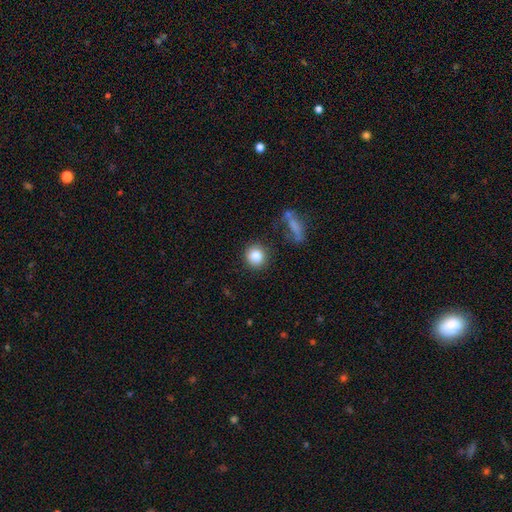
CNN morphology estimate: The model was most divided on "smooth or featured": smooth: 83%, star or artifact: 10%, featured or disk: 7%. More confident: how rounded — round (90%); merging — none (87%).